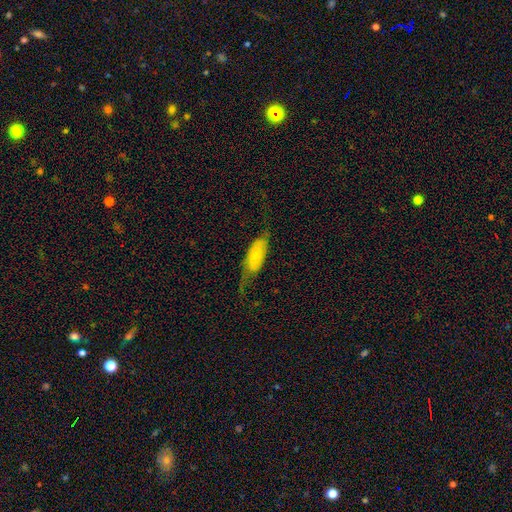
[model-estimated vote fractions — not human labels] A smooth galaxy with no disk features (61%) that is in between round and cigar-shaped (81%).

Vote fractions:
- Smooth or featured? smooth: 61% / featured or disk: 33% / star or artifact: 7%
- How rounded? in between: 81% / cigar-shaped: 17% / round: 2%
- Merging? none: 36% / major disturbance: 31% / minor disturbance: 31% / merger: 2%